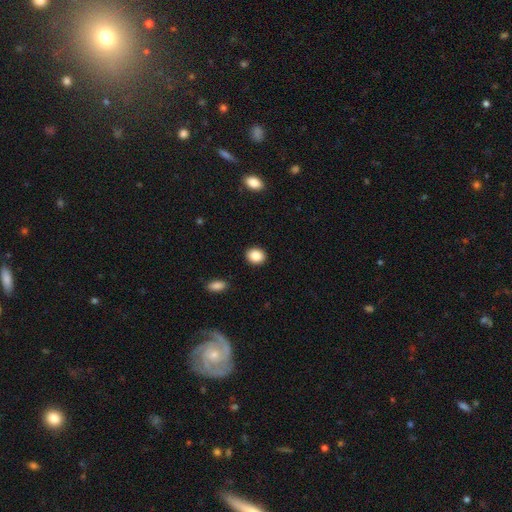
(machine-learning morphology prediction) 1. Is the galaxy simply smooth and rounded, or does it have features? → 87% smooth, 8% star or artifact, 5% featured or disk.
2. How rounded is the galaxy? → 60% round, 39% in between, 1% cigar-shaped.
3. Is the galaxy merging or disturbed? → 91% none, 6% minor disturbance, 2% major disturbance, 1% merger.